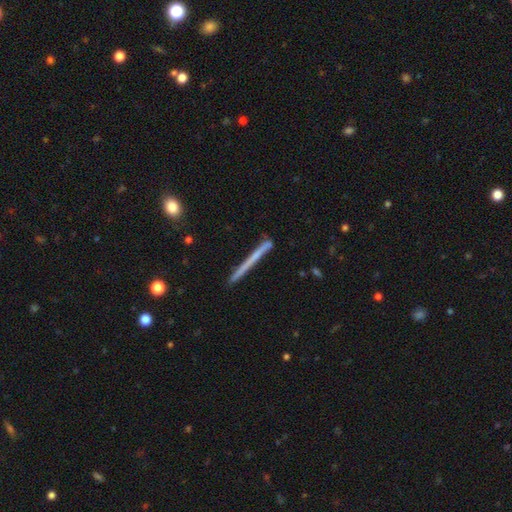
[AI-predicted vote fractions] Smooth or featured: featured or disk — 49% (smooth — 44%)
Merging: none — 88% (minor disturbance — 8%)